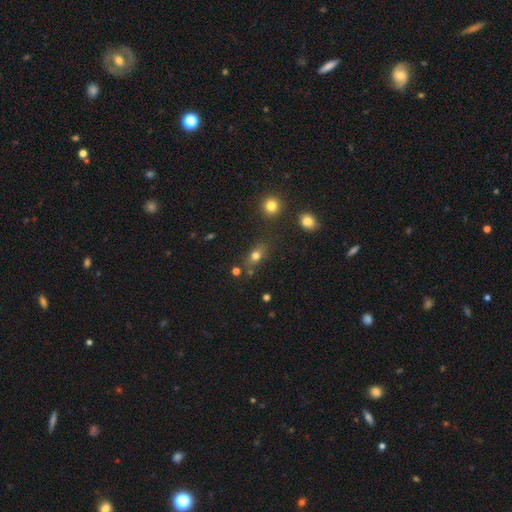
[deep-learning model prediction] Q: Smooth or featured?
A: smooth (74%); runner-up: star or artifact (14%)
Q: How rounded?
A: in between (62%); runner-up: round (30%)
Q: Merging?
A: none (67%); runner-up: minor disturbance (16%)